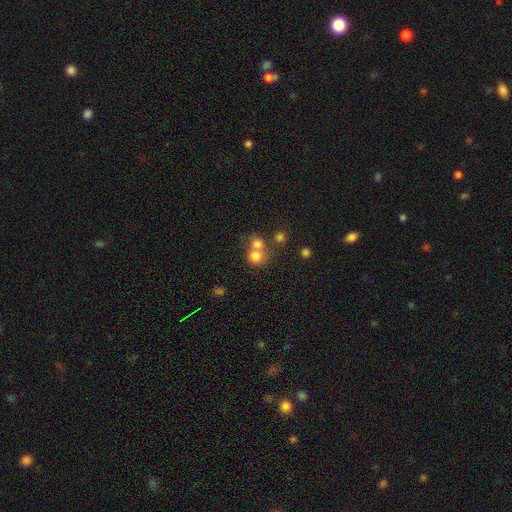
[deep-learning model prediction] Morphology: type=smooth (74%); roundness=round (80%); merging=merger (53%).